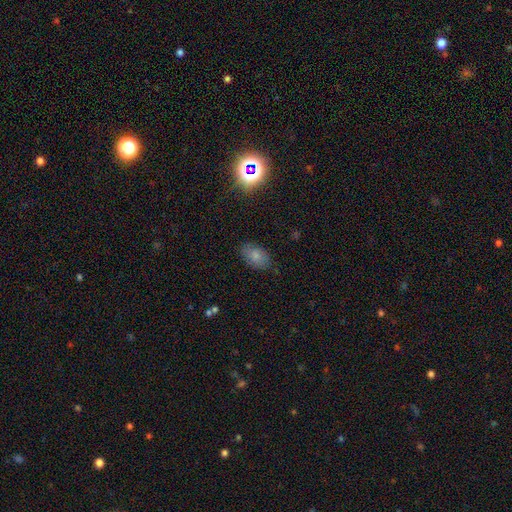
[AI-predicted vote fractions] Overall: smooth (79%). How rounded: in between (90%). Merging: none (79%).